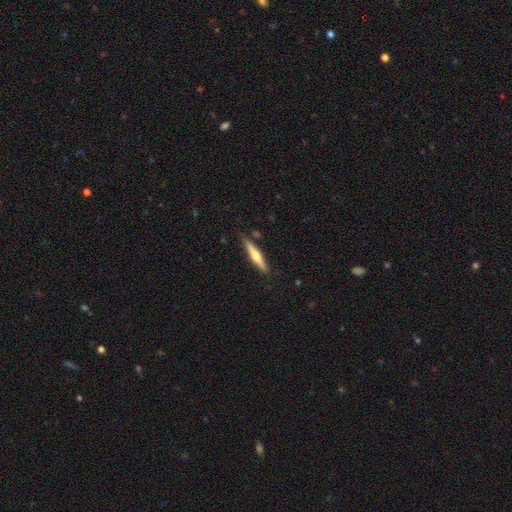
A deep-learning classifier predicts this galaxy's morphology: Smooth or featured? Predicted: featured or disk (p=0.62). Edge-on disk? Predicted: yes (p=0.97). Edge-on bulge? Predicted: rounded (p=0.92). Merging? Predicted: none (p=0.83).